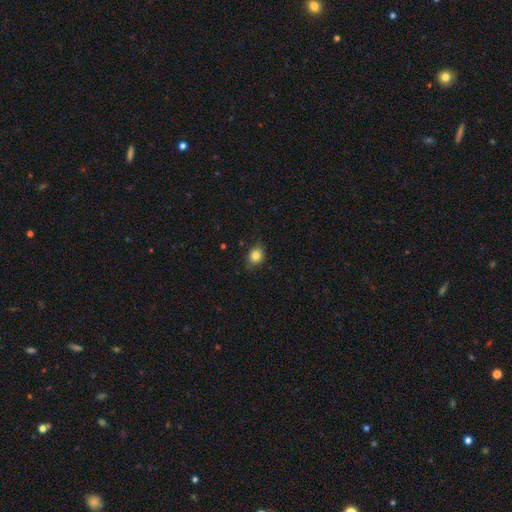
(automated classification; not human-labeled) Smooth or featured? Predicted: smooth (p=0.81). How rounded? Predicted: in between (p=0.59). Merging? Predicted: none (p=0.78).